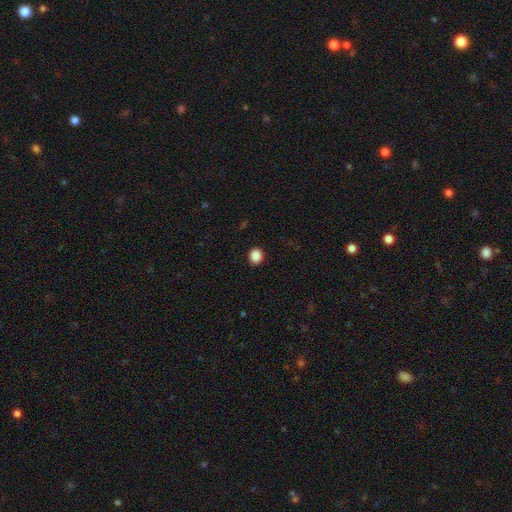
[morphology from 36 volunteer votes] Smooth or featured? smooth (94%)
How rounded? round (94%)
Merging? none (100%)